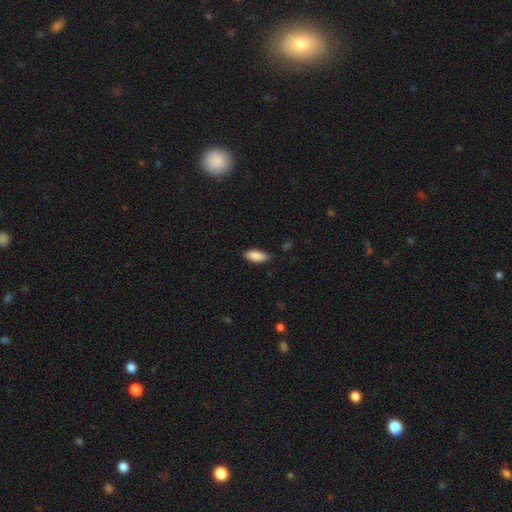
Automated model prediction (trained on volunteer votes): smooth_or_featured: smooth (p=0.88) [alt: star or artifact p=0.06]
how_rounded: in between (p=0.81) [alt: cigar-shaped p=0.17]
merging: none (p=0.75) [alt: minor disturbance p=0.20]